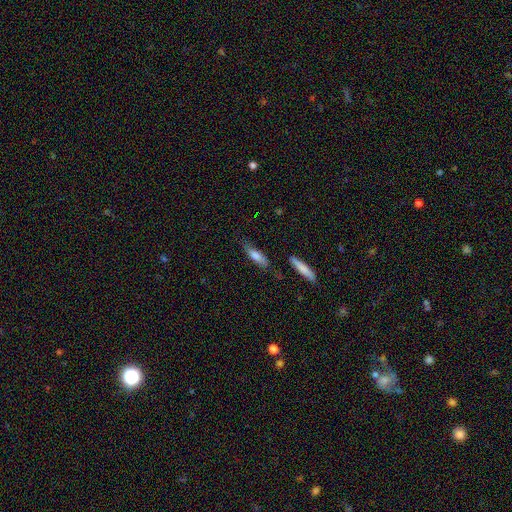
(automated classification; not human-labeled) Smooth or featured? Predicted: smooth (p=0.72). How rounded? Predicted: cigar-shaped (p=0.65). Merging? Predicted: none (p=0.70).